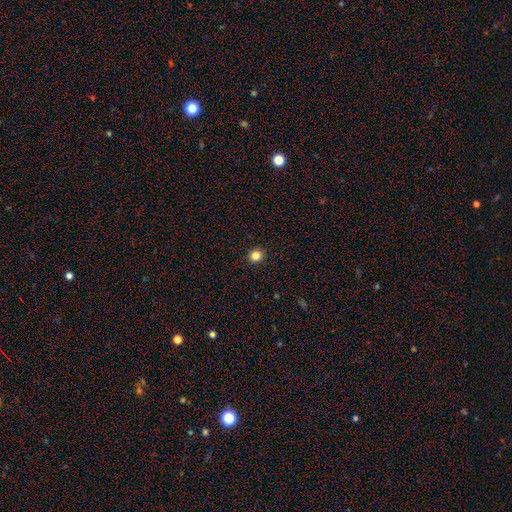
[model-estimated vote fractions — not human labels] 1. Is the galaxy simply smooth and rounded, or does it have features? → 84% smooth, 12% star or artifact, 4% featured or disk.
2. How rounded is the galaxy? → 91% round, 8% in between, 1% cigar-shaped.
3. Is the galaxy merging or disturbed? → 93% none, 4% minor disturbance, 1% major disturbance, 1% merger.